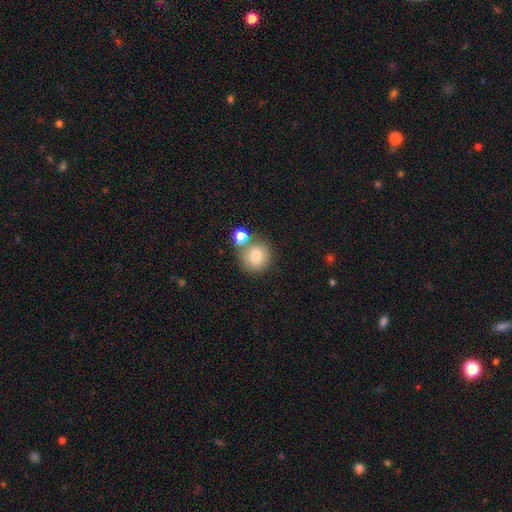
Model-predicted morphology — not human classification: smooth_or_featured: smooth (p=0.79) [alt: featured or disk p=0.11]
how_rounded: round (p=0.89) [alt: in between p=0.10]
merging: none (p=0.62) [alt: merger p=0.24]